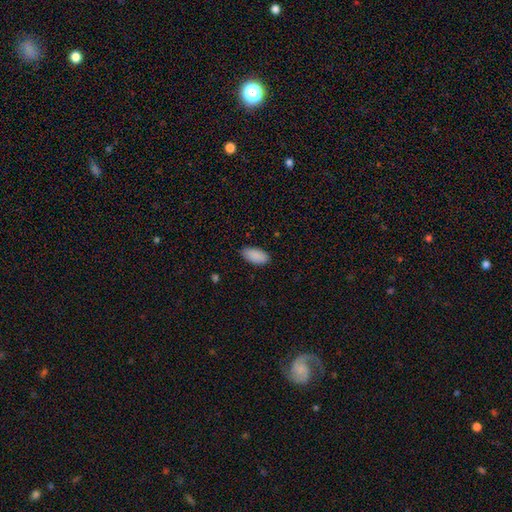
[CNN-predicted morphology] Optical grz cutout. It shows a smooth galaxy with no disk features (90%) that is in between round and cigar-shaped (94%). Merging: none (83%).